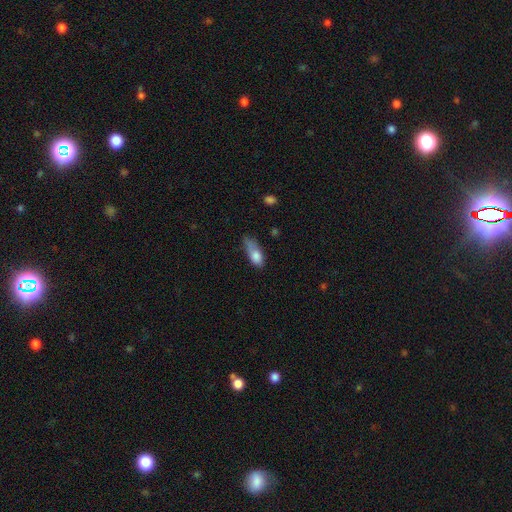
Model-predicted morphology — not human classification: smooth_or_featured: smooth (p=0.77) [alt: featured or disk p=0.15]
how_rounded: in between (p=0.73) [alt: cigar-shaped p=0.22]
merging: minor disturbance (p=0.40) [alt: major disturbance p=0.28]